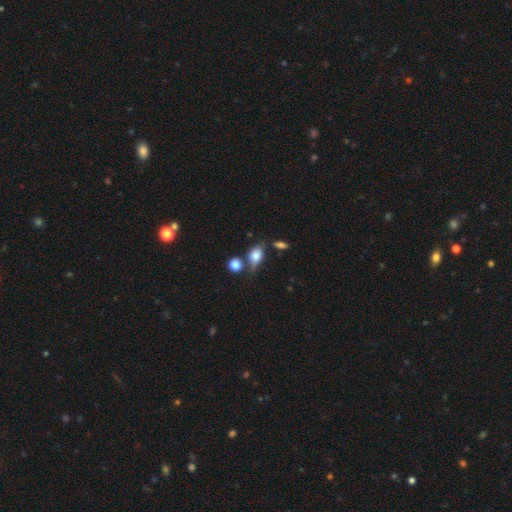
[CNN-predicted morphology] smooth_or_featured: smooth (p=0.76) [alt: featured or disk p=0.14]
how_rounded: in between (p=0.75) [alt: round p=0.20]
merging: none (p=0.51) [alt: merger p=0.23]